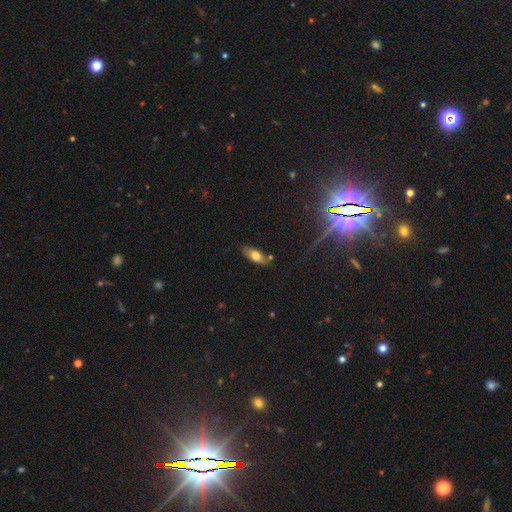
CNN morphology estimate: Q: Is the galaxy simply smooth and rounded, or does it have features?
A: smooth — 69%.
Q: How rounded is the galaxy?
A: in between — 77%.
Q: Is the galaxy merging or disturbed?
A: none — 78%.